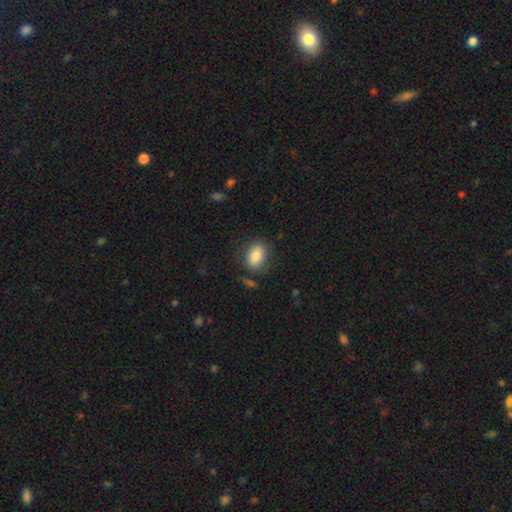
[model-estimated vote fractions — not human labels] A smooth galaxy with no disk features (82%) that is in between round and cigar-shaped (79%).

Vote fractions:
- Smooth or featured? smooth: 82% / featured or disk: 10% / star or artifact: 8%
- How rounded? in between: 79% / round: 19% / cigar-shaped: 2%
- Merging? none: 78% / minor disturbance: 14% / major disturbance: 5% / merger: 3%